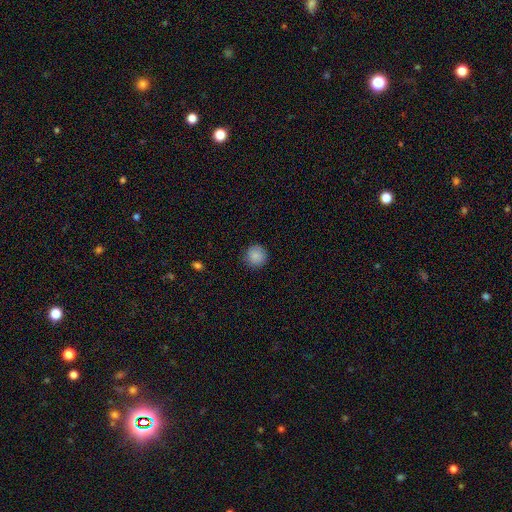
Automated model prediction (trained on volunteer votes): This is clearly a smooth galaxy (88%). How rounded: clearly round (95%). Merging: clearly none (90%).